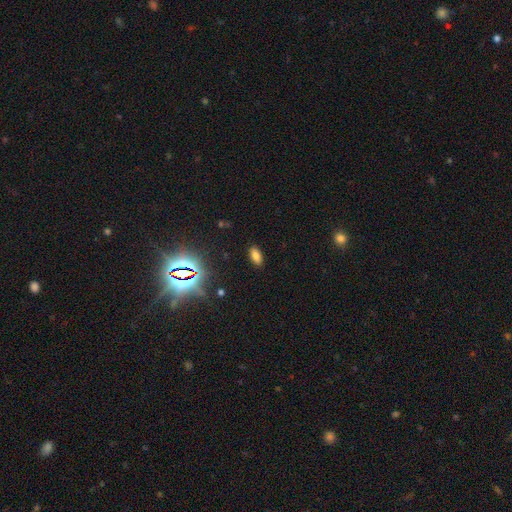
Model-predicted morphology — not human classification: Smooth or featured? smooth (74%)
How rounded? in between (90%)
Merging? none (88%)